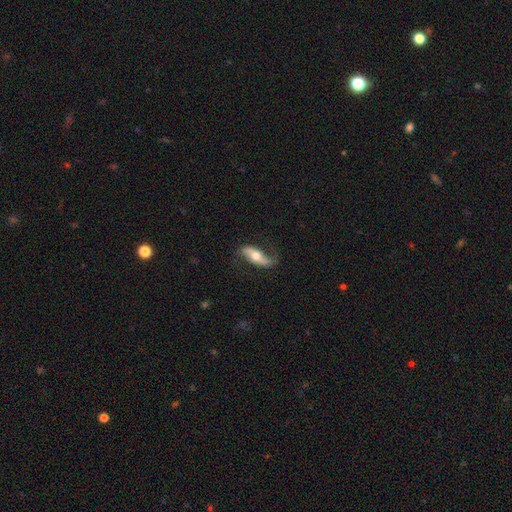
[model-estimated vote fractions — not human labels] smooth-or-featured: featured or disk: 69% | smooth: 25% | star or artifact: 6%
  disk-edge-on: no: 83% | yes: 17%
    bar: no: 46% | strong: 30% | weak: 24%
    has-spiral-arms: yes: 89% | no: 11%
      spiral-winding: loose: 73% | medium: 20% | tight: 8%
      spiral-arm-count: 2: 85% | 1: 9% | can't tell: 4% | 3: 1% | 4: 1% | more than 4: 1%
    bulge-size: moderate: 69% | small: 18% | large: 10% | dominant: 2% | none: 2%
  merging: none: 68% | minor disturbance: 19% | major disturbance: 11% | merger: 2%